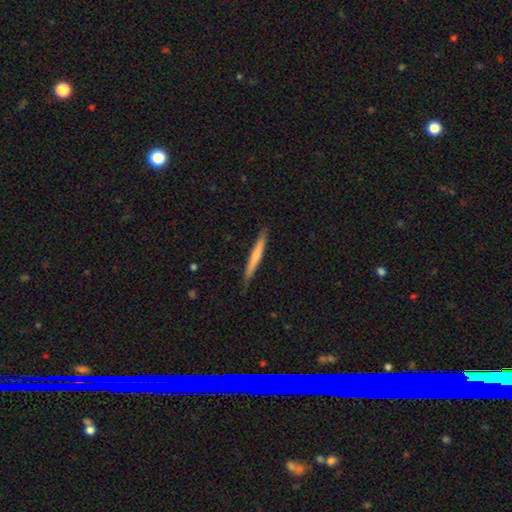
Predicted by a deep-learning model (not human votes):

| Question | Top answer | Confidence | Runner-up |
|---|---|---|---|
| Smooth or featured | smooth | 59% | featured or disk (36%) |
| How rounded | cigar-shaped | 96% | in between (3%) |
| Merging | none | 86% | minor disturbance (12%) |